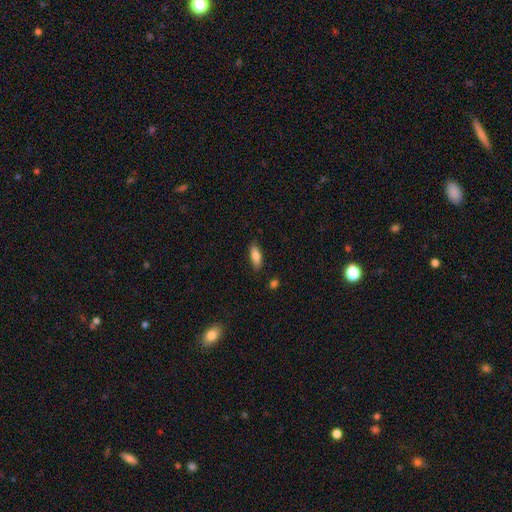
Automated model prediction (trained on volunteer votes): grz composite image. It shows a smooth galaxy with no disk features (81%) that is in between round and cigar-shaped (69%). Merging: none (82%).